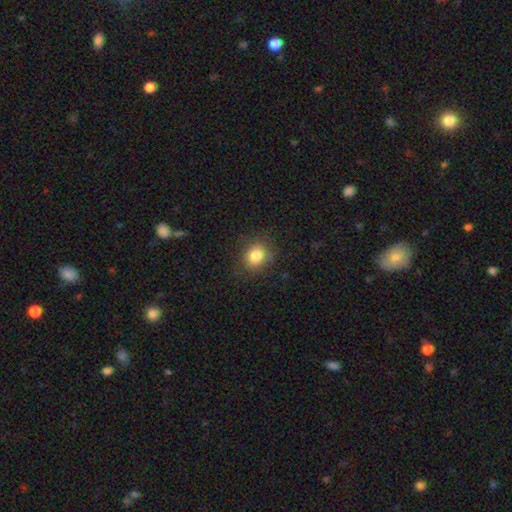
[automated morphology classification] This is clearly a smooth galaxy (83%). How rounded: likely round (68%). Merging: clearly none (83%).